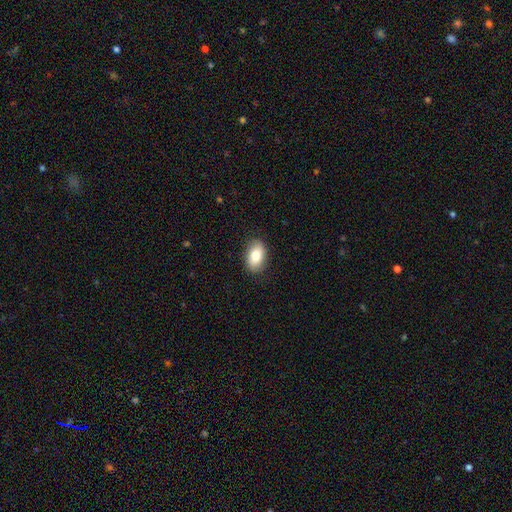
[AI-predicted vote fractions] smooth-or-featured: smooth: 79% | featured or disk: 14% | star or artifact: 7%
  how-rounded: in between: 89% | round: 10% | cigar-shaped: 2%
  merging: none: 86% | minor disturbance: 11% | major disturbance: 2% | merger: 1%